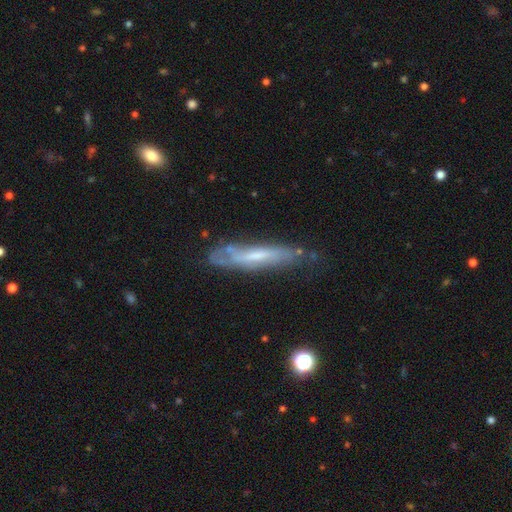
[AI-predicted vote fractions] This appears to be a featured or disk galaxy (61%) viewed edge-on (60%). Merging: none (61%).